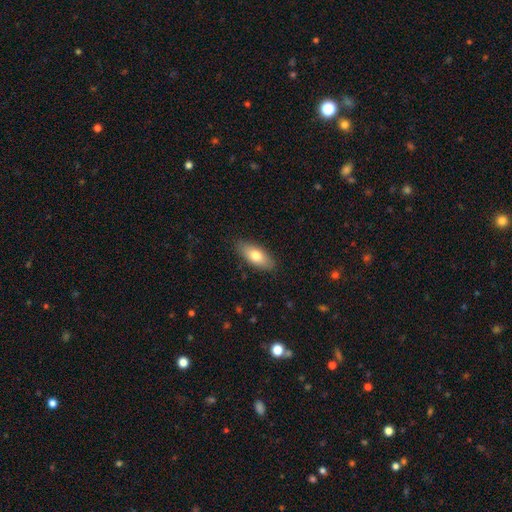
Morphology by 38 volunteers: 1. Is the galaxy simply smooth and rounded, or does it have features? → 76% smooth, 16% featured or disk, 8% star or artifact.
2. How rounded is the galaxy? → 72% in between, 24% cigar-shaped, 3% round.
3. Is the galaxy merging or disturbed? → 97% none, 3% minor disturbance, 0% major disturbance, 0% merger.